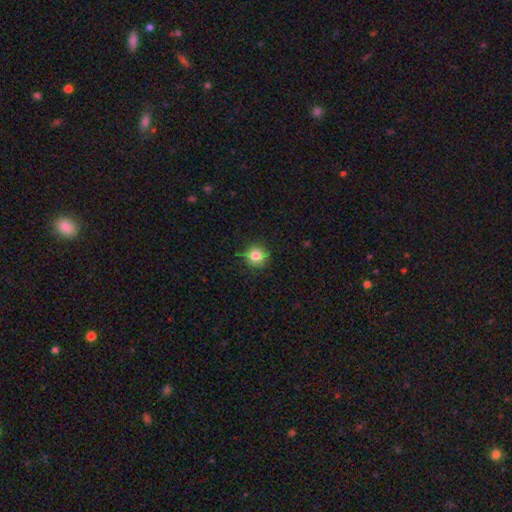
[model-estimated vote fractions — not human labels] A smooth galaxy with no disk features (83%) that is round (93%).

Vote fractions:
- Smooth or featured? smooth: 83% / star or artifact: 11% / featured or disk: 6%
- How rounded? round: 93% / in between: 6% / cigar-shaped: 1%
- Merging? none: 85% / minor disturbance: 12% / major disturbance: 2% / merger: 1%